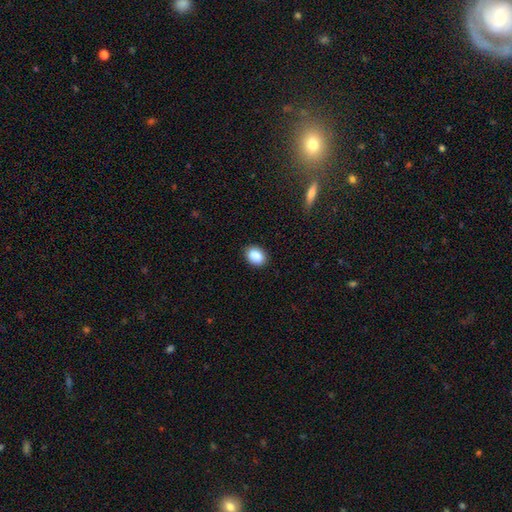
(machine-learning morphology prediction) Overall: smooth (89%). How rounded: in between (73%). Merging: none (87%).